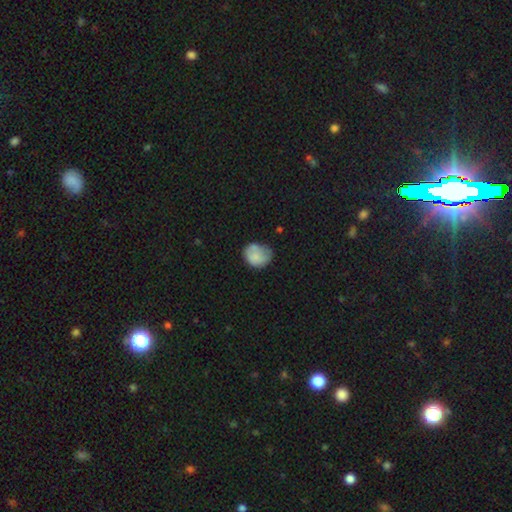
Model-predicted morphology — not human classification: smooth-or-featured: smooth: 76% | featured or disk: 16% | star or artifact: 8%
  how-rounded: round: 60% | in between: 40% | cigar-shaped: 1%
  merging: none: 52% | minor disturbance: 33% | major disturbance: 10% | merger: 5%